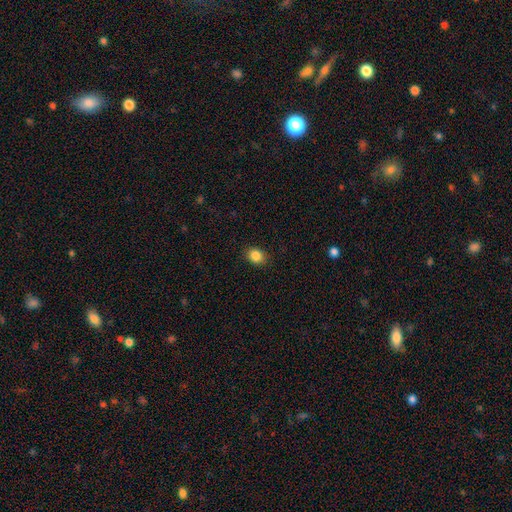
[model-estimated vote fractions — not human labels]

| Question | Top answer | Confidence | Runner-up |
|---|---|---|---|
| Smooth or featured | smooth | 86% | star or artifact (10%) |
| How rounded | round | 55% | in between (44%) |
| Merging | none | 88% | minor disturbance (8%) |